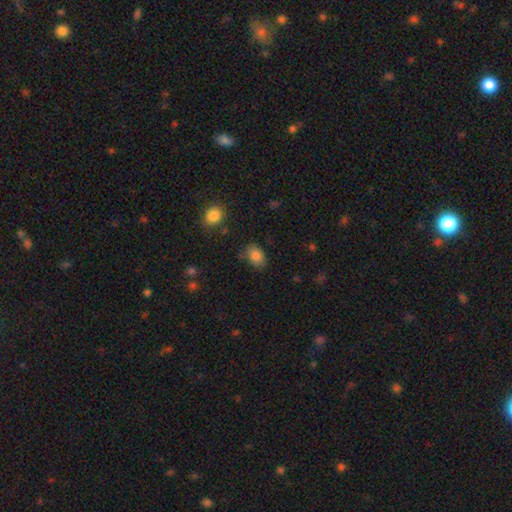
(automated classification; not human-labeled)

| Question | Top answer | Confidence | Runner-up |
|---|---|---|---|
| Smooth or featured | smooth | 85% | star or artifact (9%) |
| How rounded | in between | 84% | round (15%) |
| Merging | none | 75% | minor disturbance (18%) |